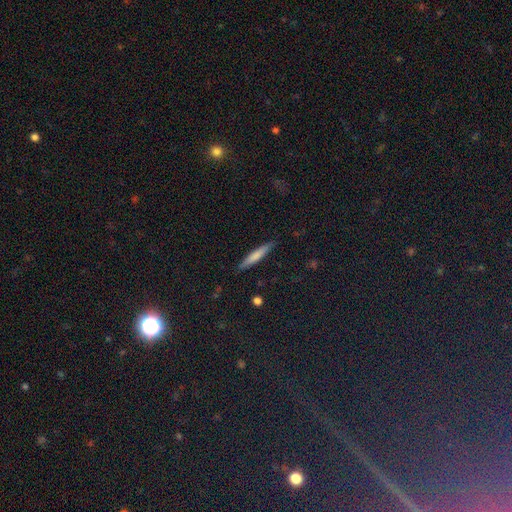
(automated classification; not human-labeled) Smooth or featured?
  - smooth: 67% *
  - featured or disk: 27%
  - star or artifact: 6%
How rounded?
  - cigar-shaped: 93% *
  - in between: 6%
  - round: 1%
Merging?
  - none: 88% *
  - minor disturbance: 9%
  - major disturbance: 2%
  - merger: 1%